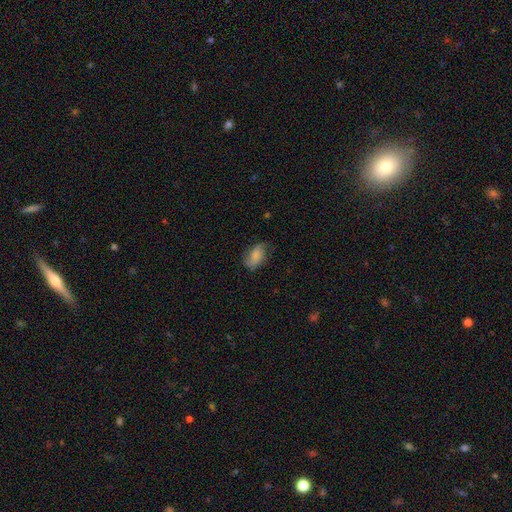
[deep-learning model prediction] The model was most divided on "smooth or featured": smooth: 53%, featured or disk: 38%, star or artifact: 9%. More confident: how rounded — in between (89%); merging — none (61%).